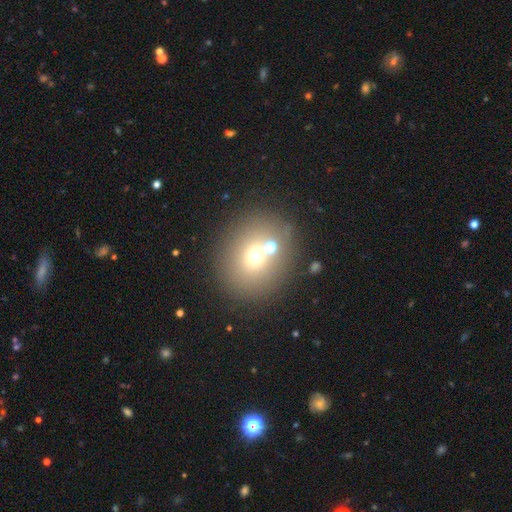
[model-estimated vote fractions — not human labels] smooth 64%, star or artifact 19%, featured or disk 17%. Down the decision tree: how rounded — round (77%); merging — none (69%).